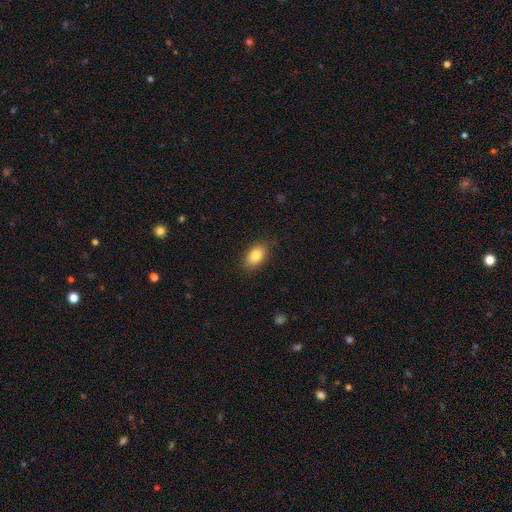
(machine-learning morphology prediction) The model was most divided on "smooth or featured": smooth: 83%, featured or disk: 10%, star or artifact: 8%. More confident: how rounded — in between (90%); merging — none (87%).